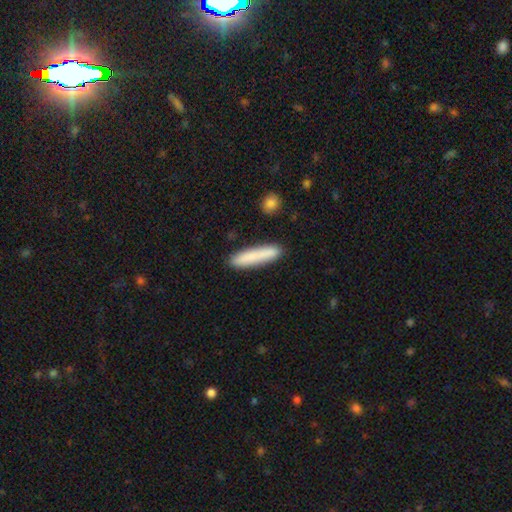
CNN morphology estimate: type=smooth (83%); roundness=cigar-shaped (90%); merging=none (88%).